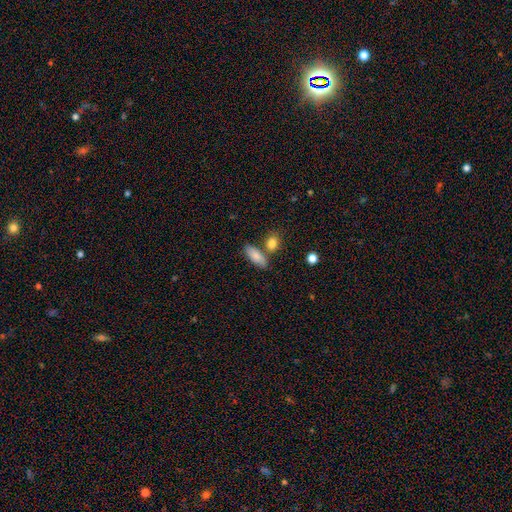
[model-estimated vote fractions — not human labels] This is clearly a smooth galaxy (84%). How rounded: likely in between (74%). Merging: likely none (67%).